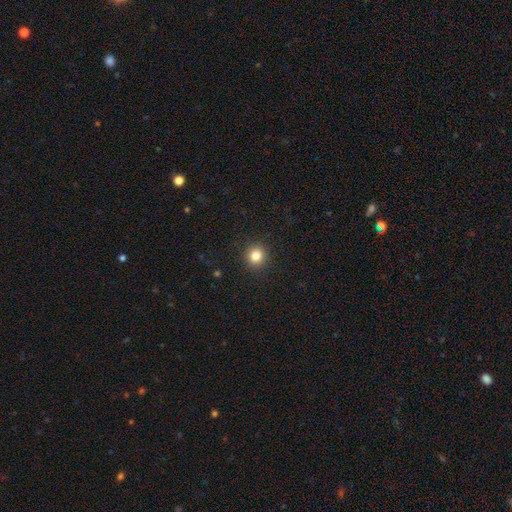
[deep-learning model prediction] smooth-or-featured: smooth: 83% | star or artifact: 12% | featured or disk: 5%
  how-rounded: round: 93% | in between: 6% | cigar-shaped: 1%
  merging: none: 92% | minor disturbance: 5% | major disturbance: 2% | merger: 1%